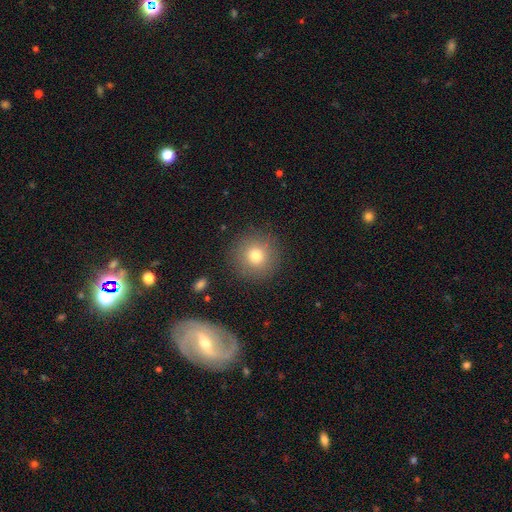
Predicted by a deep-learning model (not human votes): Smooth or featured?
  - smooth: 77% *
  - star or artifact: 12%
  - featured or disk: 11%
How rounded?
  - round: 95% *
  - in between: 4%
  - cigar-shaped: 1%
Merging?
  - none: 89% *
  - minor disturbance: 7%
  - major disturbance: 3%
  - merger: 1%